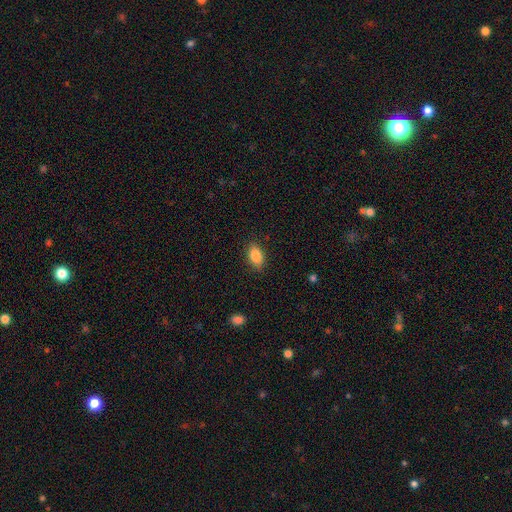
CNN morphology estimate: smooth 87%, star or artifact 8%, featured or disk 6%. Down the decision tree: how rounded — in between (89%); merging — none (87%).